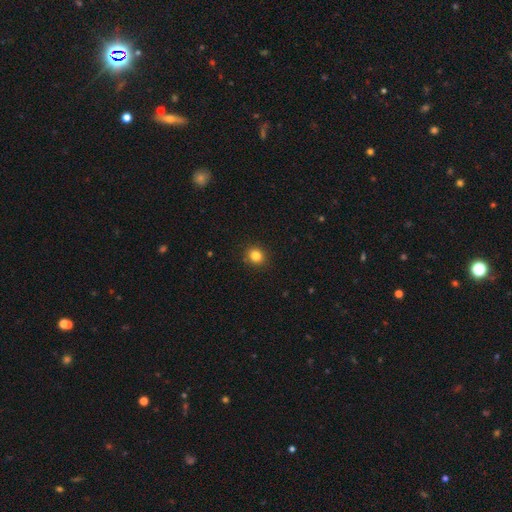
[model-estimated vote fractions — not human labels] This is clearly a smooth galaxy (83%). How rounded: clearly round (85%). Merging: clearly none (91%).